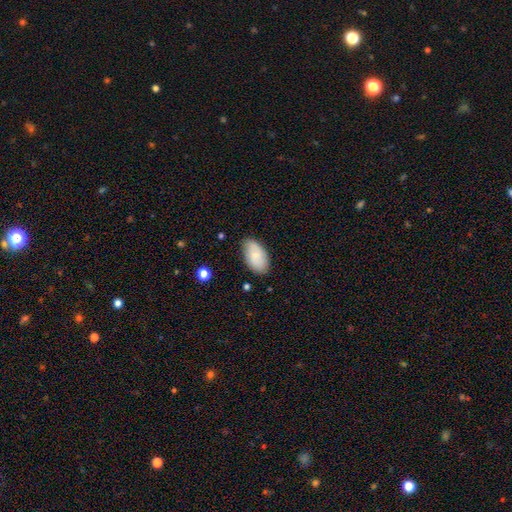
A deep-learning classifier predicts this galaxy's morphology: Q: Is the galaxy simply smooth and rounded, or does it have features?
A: smooth — 76%.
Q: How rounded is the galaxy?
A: in between — 94%.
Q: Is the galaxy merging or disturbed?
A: none — 80%.